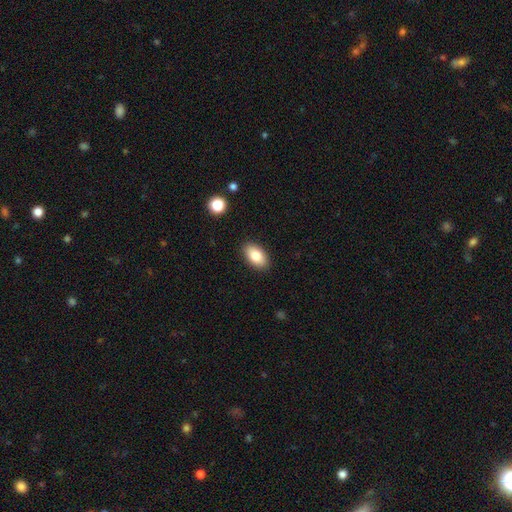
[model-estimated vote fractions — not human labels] Overall: smooth (82%). How rounded: in between (93%). Merging: none (89%).